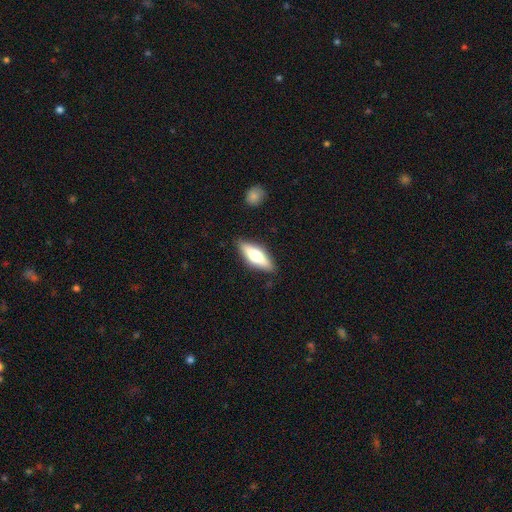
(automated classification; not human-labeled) A smooth galaxy with no disk features (53%) that is in between round and cigar-shaped (53%). Merging: none (86%).